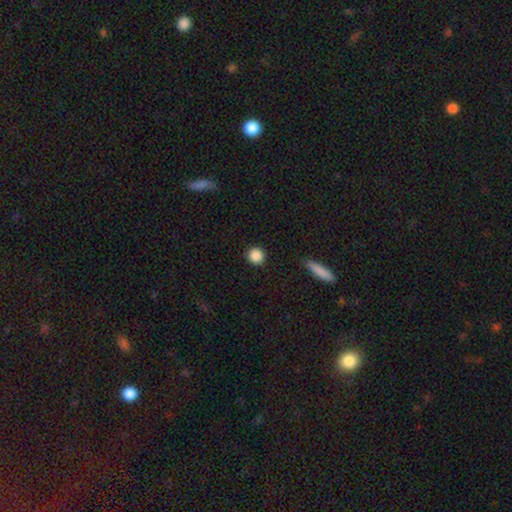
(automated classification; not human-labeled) smooth_or_featured: smooth (p=0.87) [alt: star or artifact p=0.09]
how_rounded: round (p=0.93) [alt: in between p=0.06]
merging: none (p=0.91) [alt: minor disturbance p=0.06]